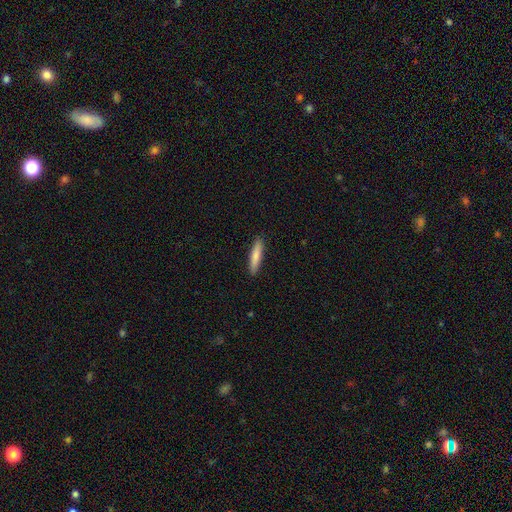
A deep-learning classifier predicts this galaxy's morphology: A smooth galaxy with no disk features (80%) that is cigar-shaped (87%).

Vote fractions:
- Smooth or featured? smooth: 80% / featured or disk: 15% / star or artifact: 5%
- How rounded? cigar-shaped: 87% / in between: 12% / round: 1%
- Merging? none: 91% / minor disturbance: 6% / major disturbance: 1% / merger: 1%